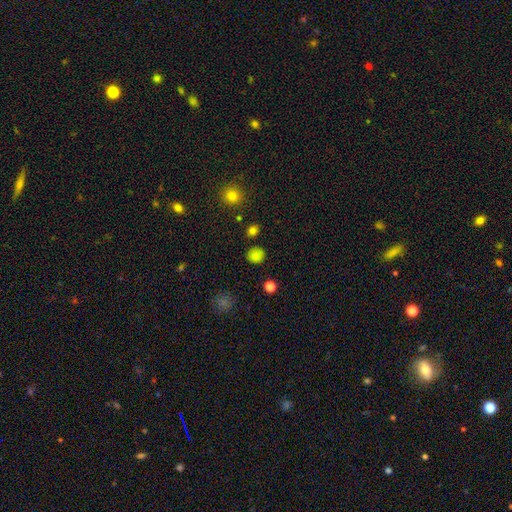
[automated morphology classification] Overall: smooth (81%). How rounded: round (86%). Merging: none (86%).